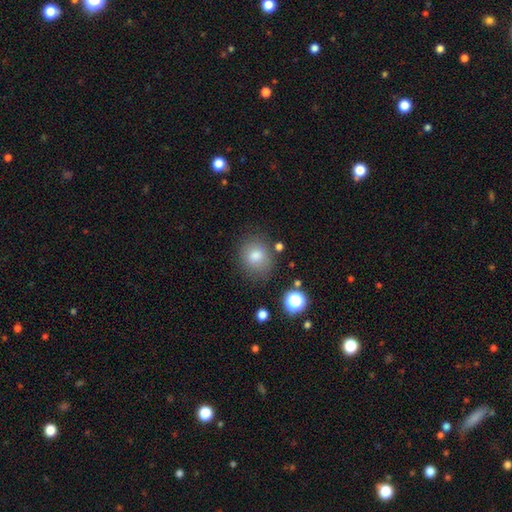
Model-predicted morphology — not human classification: Smooth or featured?
  - smooth: 79% *
  - star or artifact: 12%
  - featured or disk: 9%
How rounded?
  - round: 69% *
  - in between: 30%
  - cigar-shaped: 1%
Merging?
  - none: 77% *
  - minor disturbance: 15%
  - major disturbance: 5%
  - merger: 4%